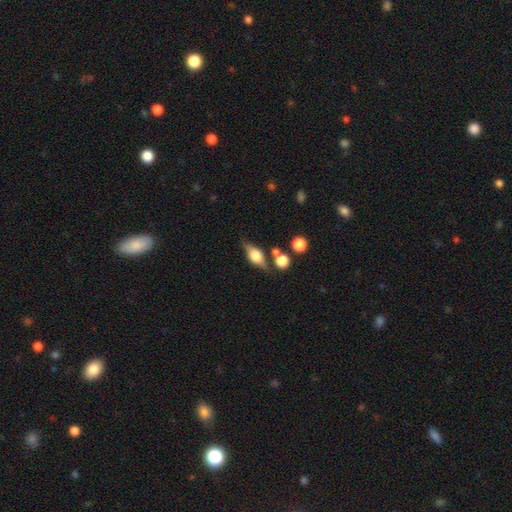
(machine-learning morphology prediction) This appears to be a featured or disk galaxy (56%) viewed edge-on (90%) with a rounded central bulge (91%). Merging: none (71%).